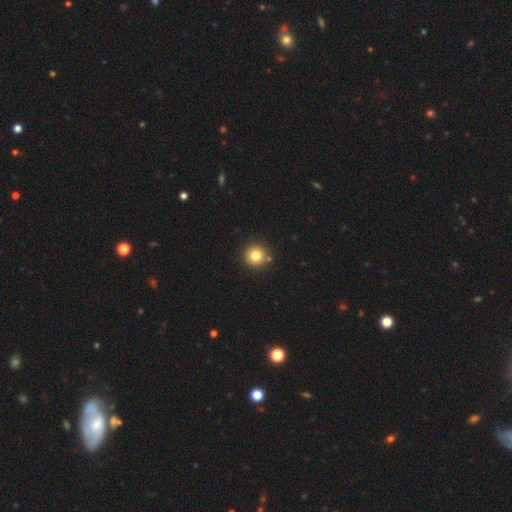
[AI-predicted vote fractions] Smooth or featured? Predicted: smooth (p=0.81). How rounded? Predicted: round (p=0.95). Merging? Predicted: none (p=0.86).